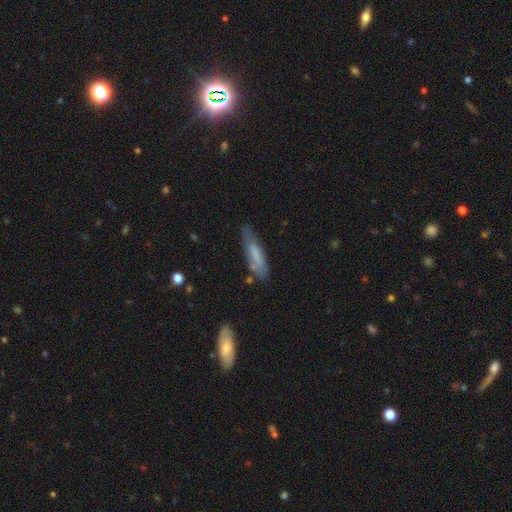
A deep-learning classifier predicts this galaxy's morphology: smooth_or_featured: smooth (p=0.64) [alt: featured or disk p=0.28]
how_rounded: cigar-shaped (p=0.67) [alt: in between p=0.32]
merging: none (p=0.57) [alt: minor disturbance p=0.30]